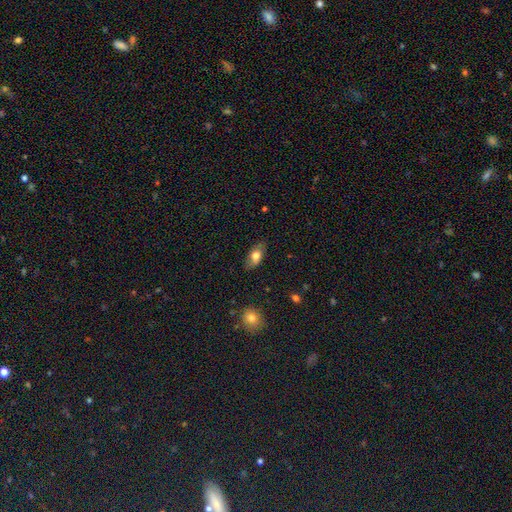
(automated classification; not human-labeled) This is likely a smooth galaxy (72%). How rounded: clearly in between (89%). Merging: clearly none (81%).